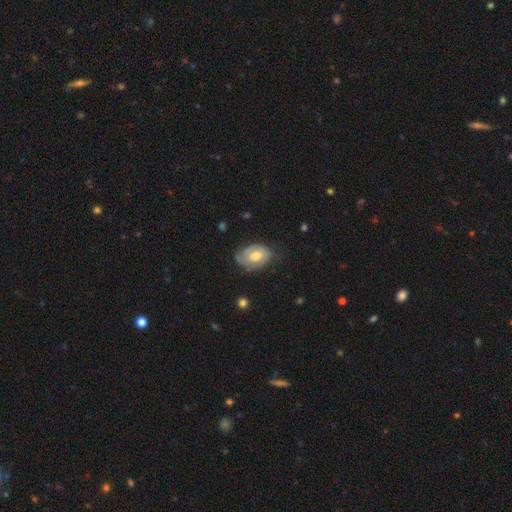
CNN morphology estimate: This is possibly a smooth galaxy (49%). Merging: likely none (60%).